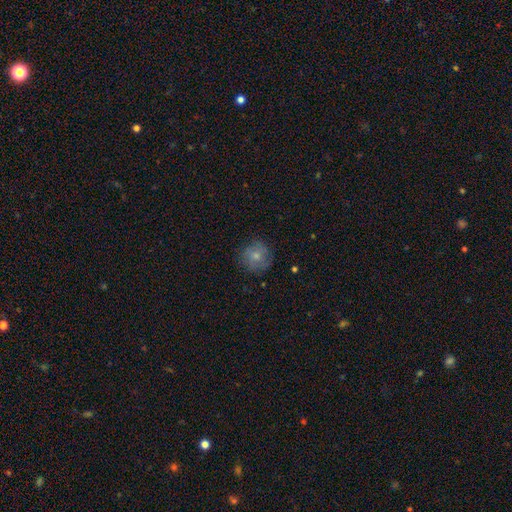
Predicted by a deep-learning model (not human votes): This is likely a smooth galaxy (71%). How rounded: clearly round (91%). Merging: likely none (78%).